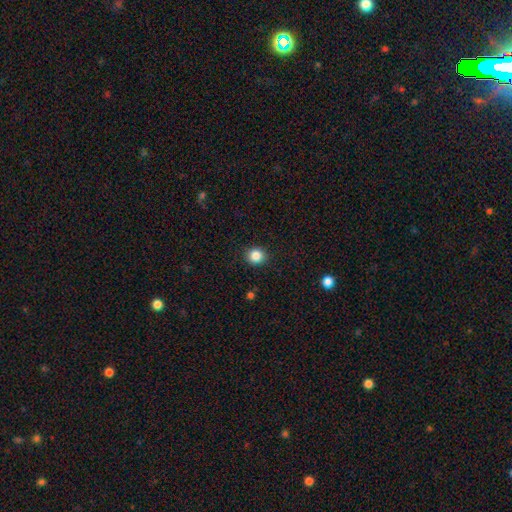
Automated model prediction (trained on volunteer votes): Smooth or featured? smooth (86%)
How rounded? round (88%)
Merging? none (91%)